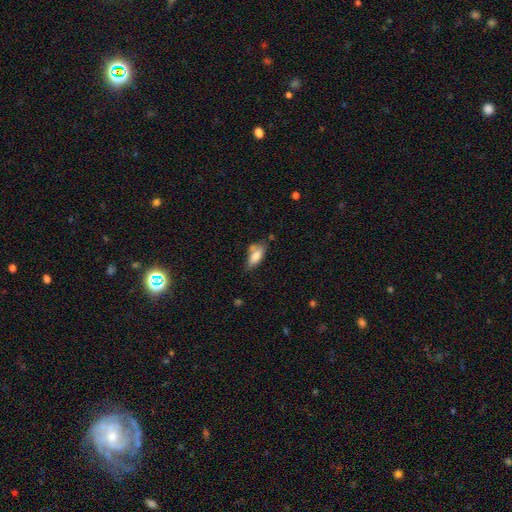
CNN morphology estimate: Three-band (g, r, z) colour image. It shows a smooth galaxy with no disk features (79%) that is in between round and cigar-shaped (81%). Merging: none (49%).